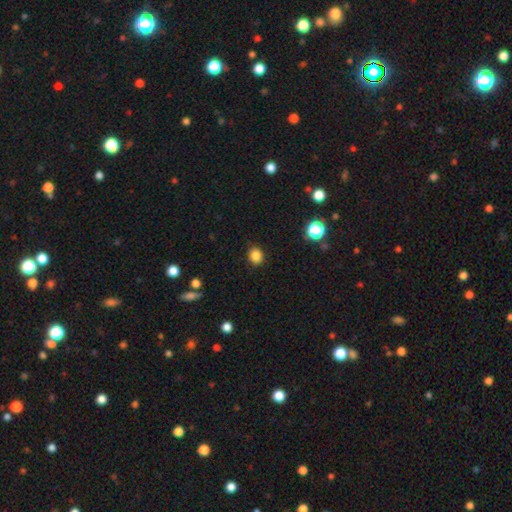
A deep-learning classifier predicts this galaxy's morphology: Overall: smooth (84%). How rounded: round (70%). Merging: none (87%).